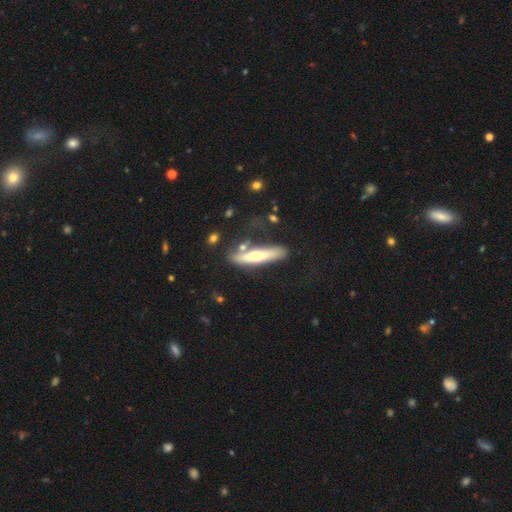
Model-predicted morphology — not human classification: A smooth galaxy with no disk features (50%) that is cigar-shaped (85%).

Vote fractions:
- Smooth or featured? smooth: 50% / featured or disk: 44% / star or artifact: 6%
- How rounded? cigar-shaped: 85% / in between: 14% / round: 2%
- Merging? none: 67% / minor disturbance: 18% / merger: 9% / major disturbance: 7%